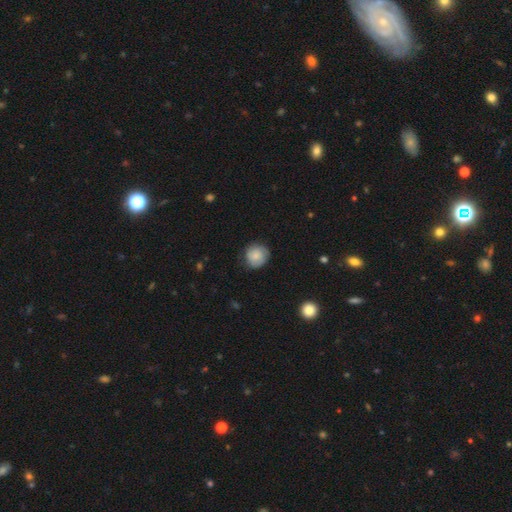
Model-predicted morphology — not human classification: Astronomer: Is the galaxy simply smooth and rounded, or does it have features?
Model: smooth — 78%.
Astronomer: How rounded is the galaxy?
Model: round — 89%.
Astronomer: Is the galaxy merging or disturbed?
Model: none — 78%.